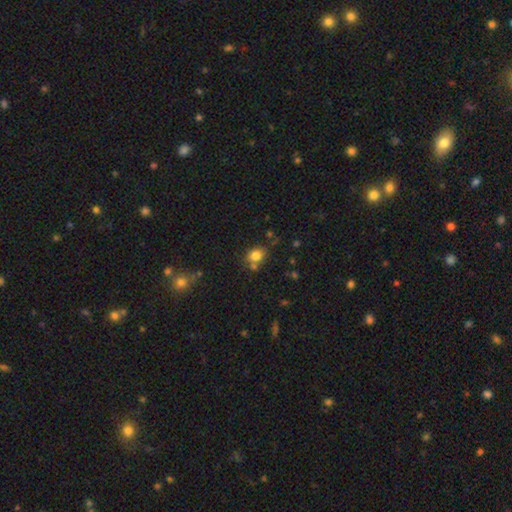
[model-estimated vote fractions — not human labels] A smooth galaxy with no disk features (81%) that is round (59%). Merging: none (64%).